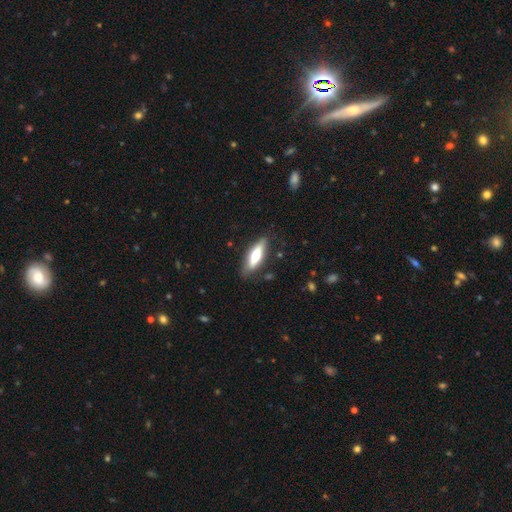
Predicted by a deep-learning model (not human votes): Smooth or featured: smooth — 51% (featured or disk — 43%)
How rounded: cigar-shaped — 57% (in between — 41%)
Merging: none — 82% (minor disturbance — 13%)